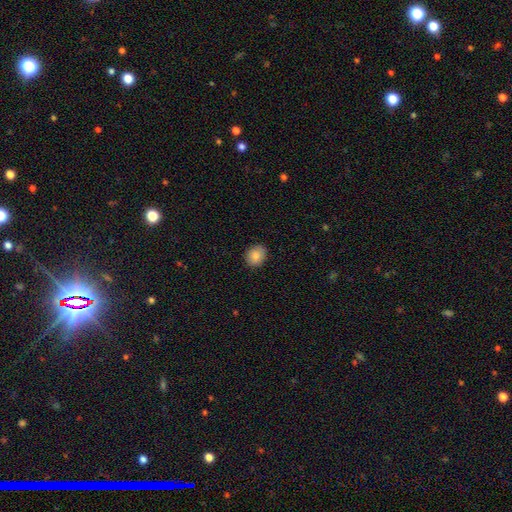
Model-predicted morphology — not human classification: Smooth or featured?
  - smooth: 85% *
  - star or artifact: 8%
  - featured or disk: 7%
How rounded?
  - round: 55% *
  - in between: 44%
  - cigar-shaped: 1%
Merging?
  - none: 87% *
  - minor disturbance: 10%
  - major disturbance: 2%
  - merger: 1%